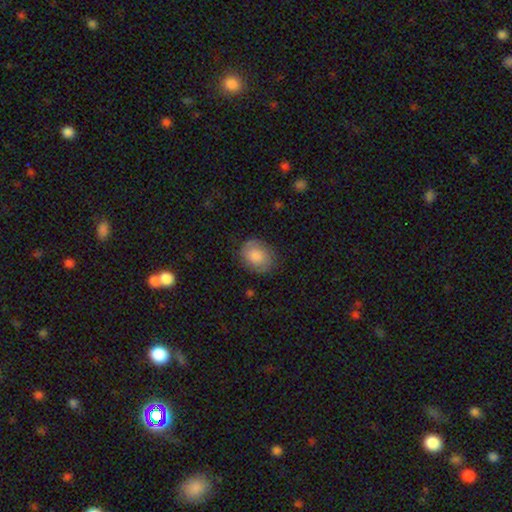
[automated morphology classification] A smooth galaxy with no disk features (77%) that is in between round and cigar-shaped (56%). Merging: none (78%).